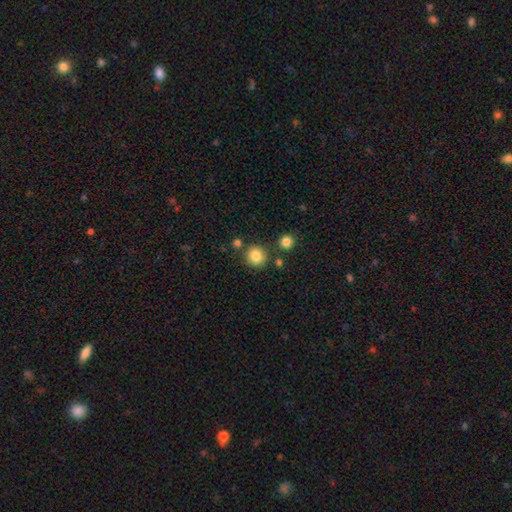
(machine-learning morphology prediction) Smooth or featured: smooth — 85% (star or artifact — 11%)
How rounded: round — 91% (in between — 8%)
Merging: none — 82% (minor disturbance — 8%)